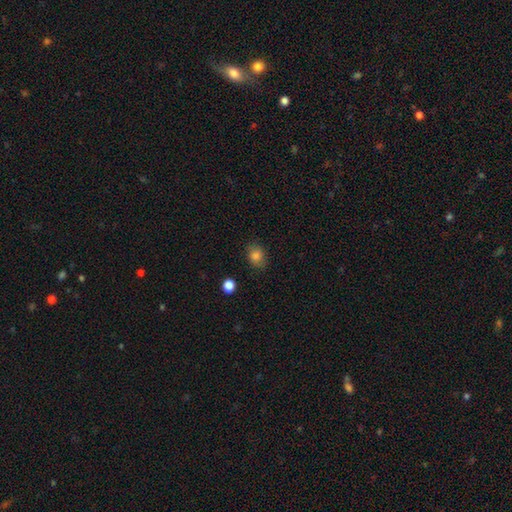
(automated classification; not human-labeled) A smooth galaxy with no disk features (82%) that is in between round and cigar-shaped (52%). Merging: none (80%).